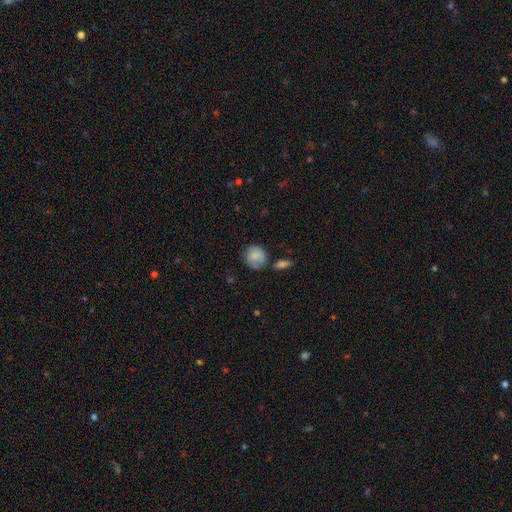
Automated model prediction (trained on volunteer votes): A smooth galaxy with no disk features (83%) that is round (81%).

Vote fractions:
- Smooth or featured? smooth: 83% / featured or disk: 10% / star or artifact: 7%
- How rounded? round: 81% / in between: 18% / cigar-shaped: 1%
- Merging? none: 62% / minor disturbance: 23% / merger: 9% / major disturbance: 6%